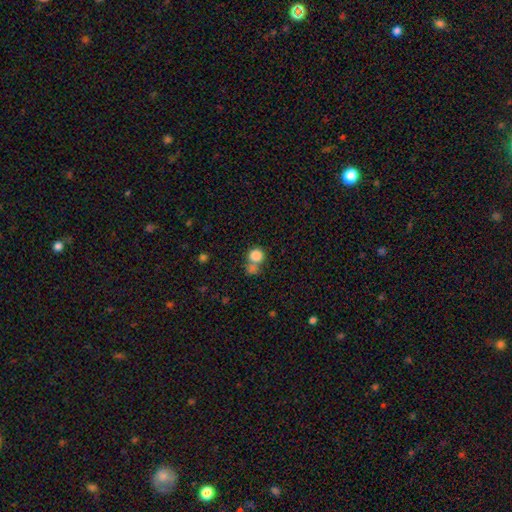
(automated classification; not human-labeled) Smooth or featured? smooth (83%)
How rounded? round (85%)
Merging? none (45%)